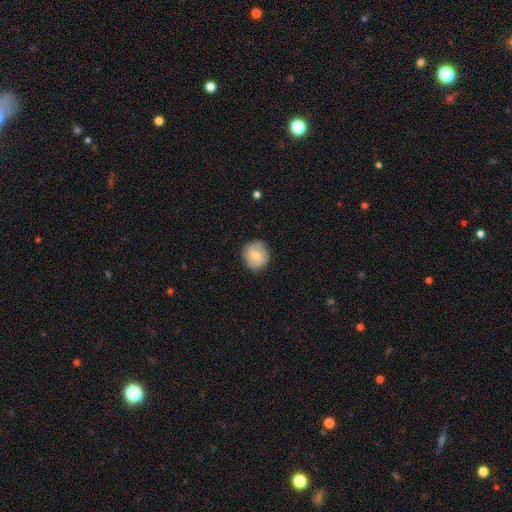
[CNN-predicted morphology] type=smooth (52%); roundness=round (86%); merging=none (80%).